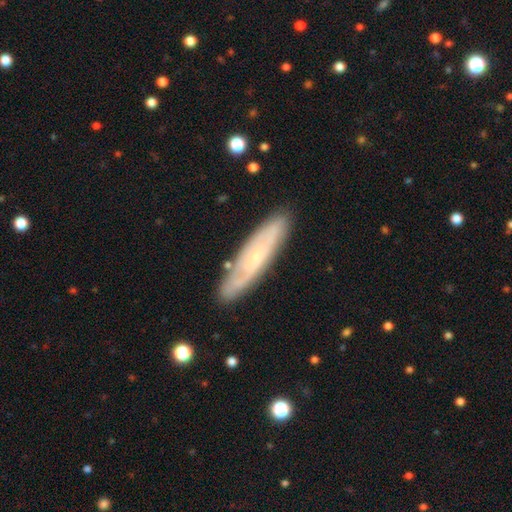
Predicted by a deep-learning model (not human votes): A featured or disk galaxy (58%). Merging: none (83%).